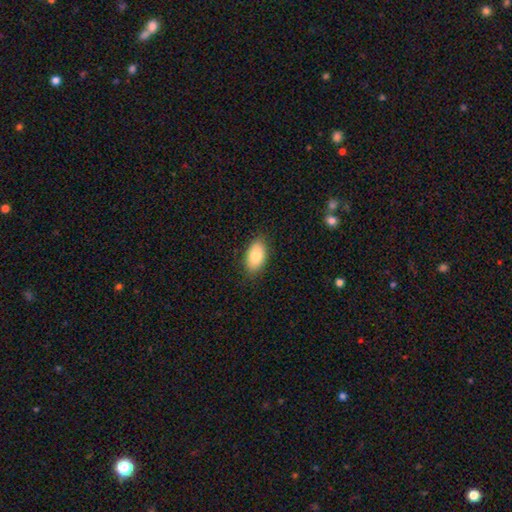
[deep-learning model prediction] Morphology: type=smooth (85%); roundness=in between (93%); merging=none (86%).